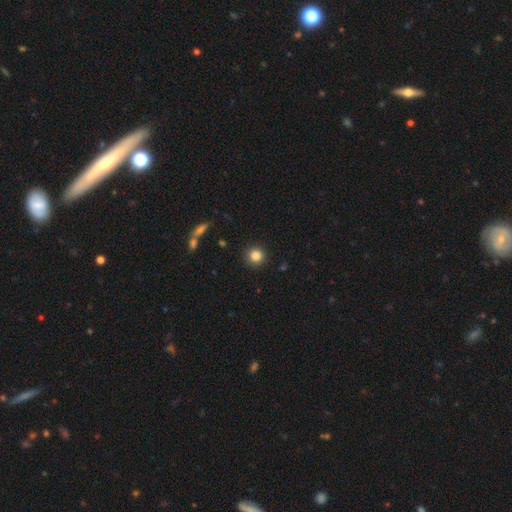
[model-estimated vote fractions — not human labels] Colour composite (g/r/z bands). It shows a smooth galaxy with no disk features (85%) that is round (93%). Merging: none (90%).